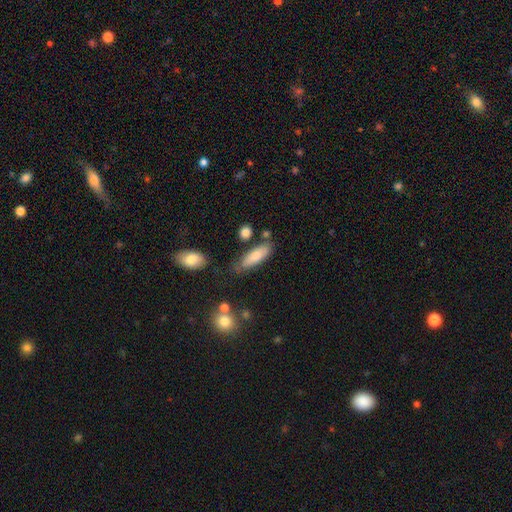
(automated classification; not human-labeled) Smooth or featured?
  - smooth: 76% *
  - featured or disk: 17%
  - star or artifact: 7%
How rounded?
  - in between: 57% *
  - cigar-shaped: 41%
  - round: 2%
Merging?
  - none: 67% *
  - minor disturbance: 20%
  - merger: 8%
  - major disturbance: 5%